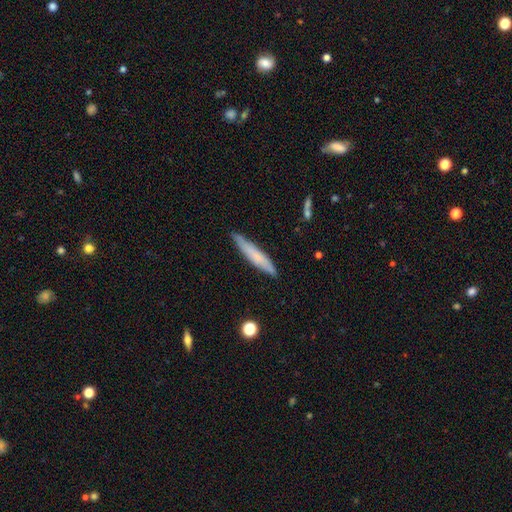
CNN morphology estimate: Q: Smooth or featured?
A: smooth (65%); runner-up: featured or disk (29%)
Q: How rounded?
A: cigar-shaped (90%); runner-up: in between (8%)
Q: Merging?
A: none (84%); runner-up: minor disturbance (13%)